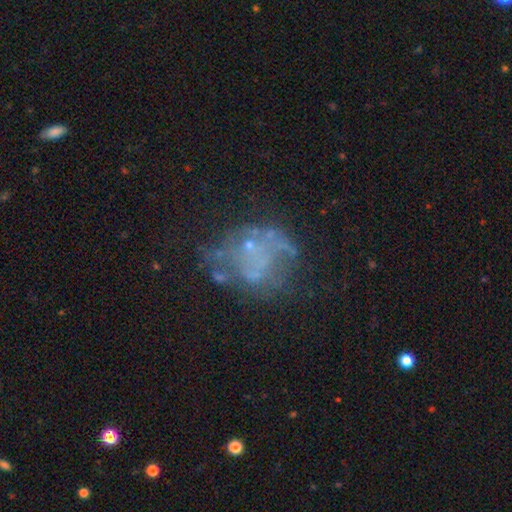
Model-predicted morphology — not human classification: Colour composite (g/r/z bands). It shows a featured or disk galaxy (60%) with no bar (90%), no spiral arms (83%) and no central bulge (59%). Merging: none (48%).